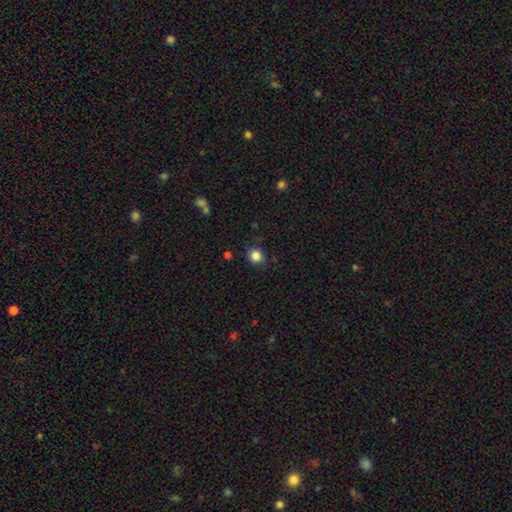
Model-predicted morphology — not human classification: This is clearly a smooth galaxy (85%). How rounded: clearly round (84%). Merging: clearly none (86%).